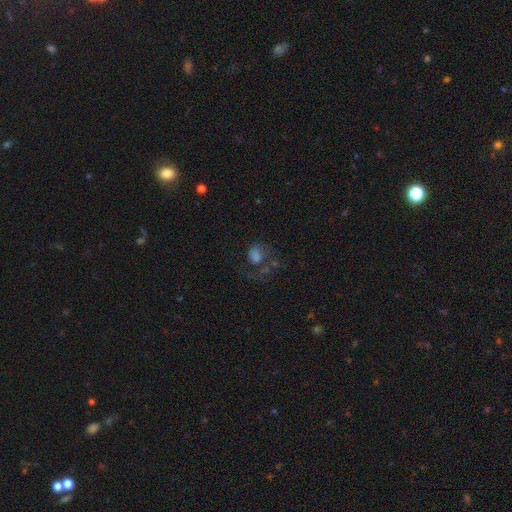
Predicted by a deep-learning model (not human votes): Overall: smooth (45%; featured or disk 32%). Merging: major disturbance (40%; none 35%).